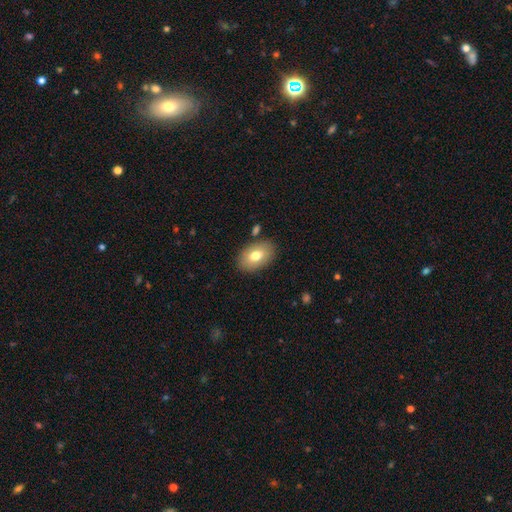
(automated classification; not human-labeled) This appears to be a smooth galaxy with no disk features (75%) that is in between round and cigar-shaped (88%). Merging: none (84%).